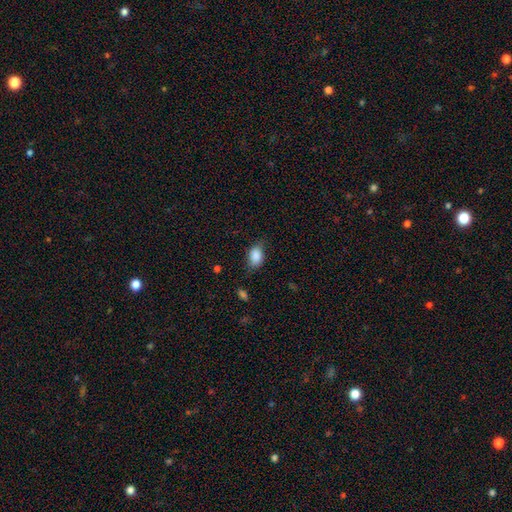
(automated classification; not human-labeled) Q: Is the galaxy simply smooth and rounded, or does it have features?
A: smooth — 87%.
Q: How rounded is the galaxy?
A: in between — 84%.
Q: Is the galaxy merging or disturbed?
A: none — 69%.